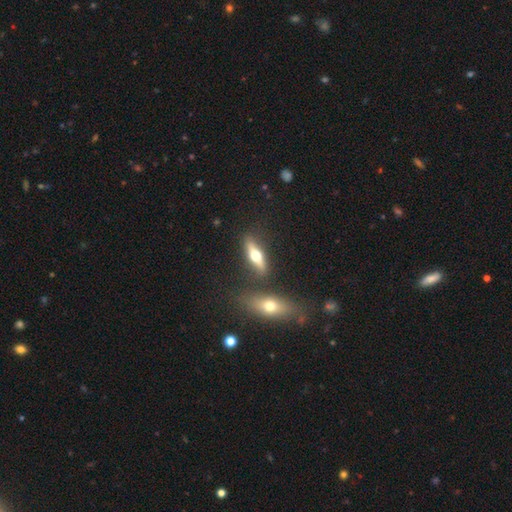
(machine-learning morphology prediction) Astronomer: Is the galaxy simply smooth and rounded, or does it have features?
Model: featured or disk — 52% (runner-up: smooth, 41%).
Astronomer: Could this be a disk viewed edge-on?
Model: yes — 87%.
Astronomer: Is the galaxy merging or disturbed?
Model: none — 77%.